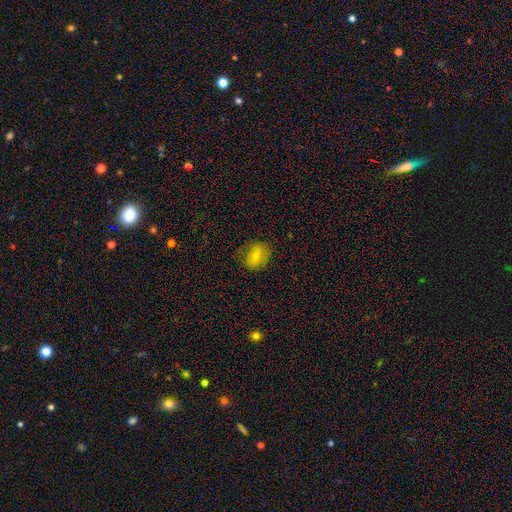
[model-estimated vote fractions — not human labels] smooth 65%, featured or disk 23%, star or artifact 11%. Down the decision tree: how rounded — round (55%); merging — none (78%).